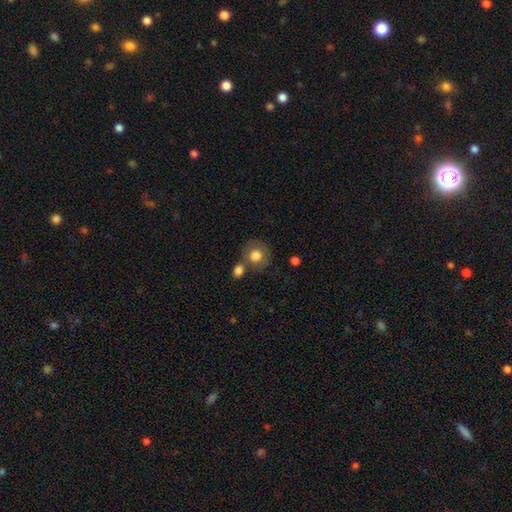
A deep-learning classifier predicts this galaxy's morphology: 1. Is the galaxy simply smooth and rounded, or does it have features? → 77% smooth, 15% featured or disk, 8% star or artifact.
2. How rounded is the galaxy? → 84% round, 15% in between, 1% cigar-shaped.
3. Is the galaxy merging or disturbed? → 54% none, 27% merger, 13% minor disturbance, 6% major disturbance.